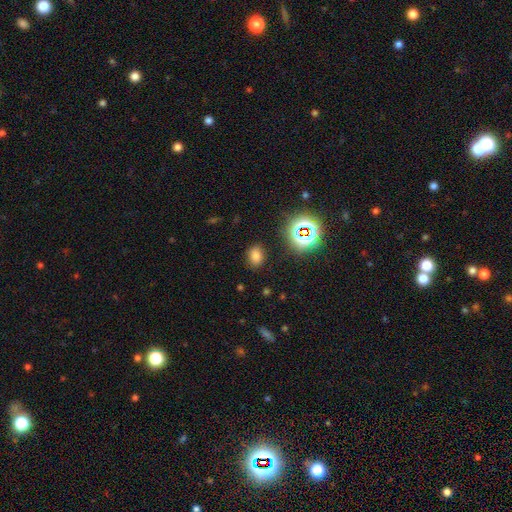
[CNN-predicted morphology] The model was most divided on "how rounded": in between: 68%, round: 31%, cigar-shaped: 1%. More confident: merging — none (84%); smooth or featured — smooth (72%).